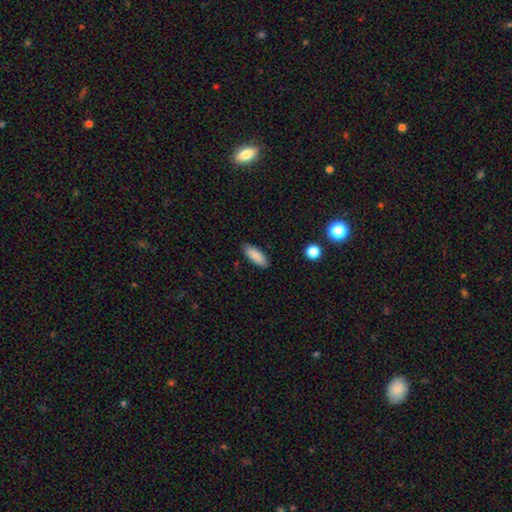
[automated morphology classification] smooth 87%, star or artifact 7%, featured or disk 6%. Down the decision tree: how rounded — in between (73%); merging — none (86%).